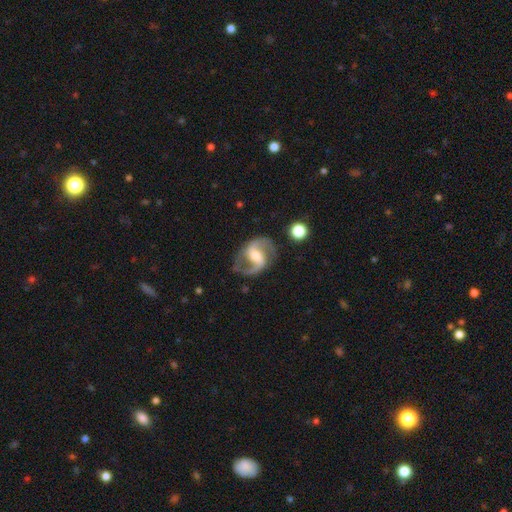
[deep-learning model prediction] The model was most divided on "bar": weak: 42%, strong: 41%, no: 18%. Remaining: edge-on disk — no (98%); spiral arms — yes (96%); spiral arm count — 2 (93%); smooth or featured — featured or disk (89%); merging — none (78%); bulge size — moderate (55%); spiral winding — medium (49%).